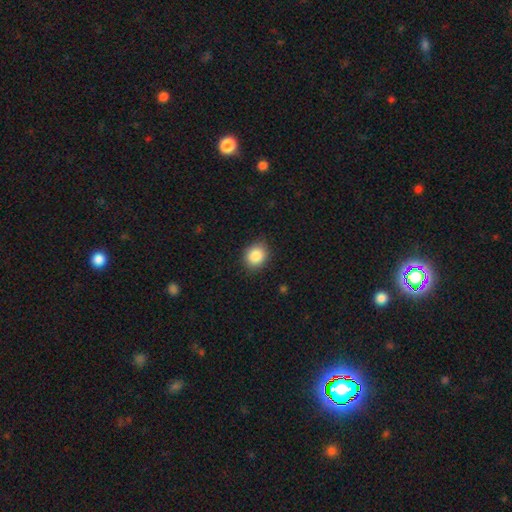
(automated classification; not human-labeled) A smooth galaxy with no disk features (87%) that is round (68%). Merging: none (86%).